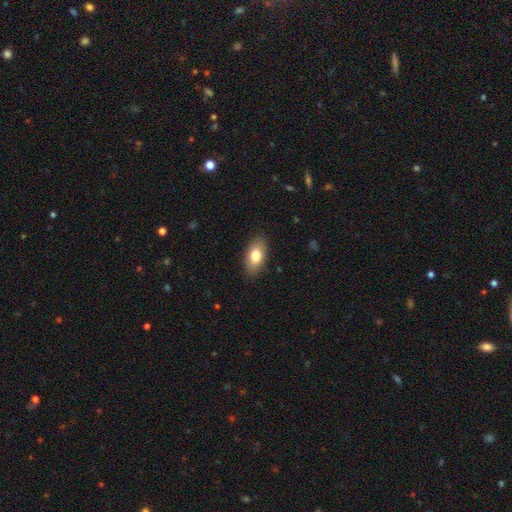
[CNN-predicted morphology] A smooth galaxy with no disk features (78%) that is in between round and cigar-shaped (90%). Merging: none (87%).